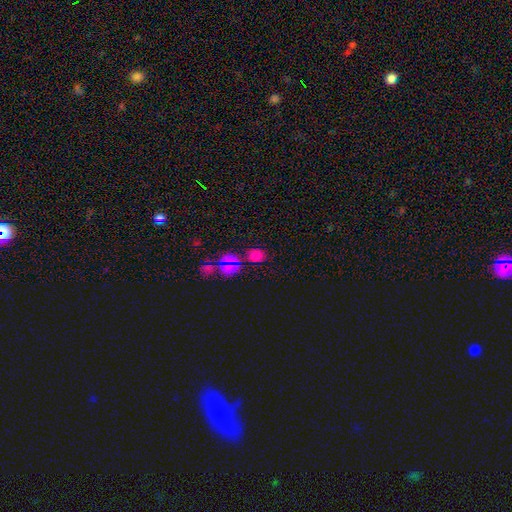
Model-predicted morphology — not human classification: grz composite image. It shows a smooth galaxy with no disk features (62%) that is round (60%). Merging: none (78%).